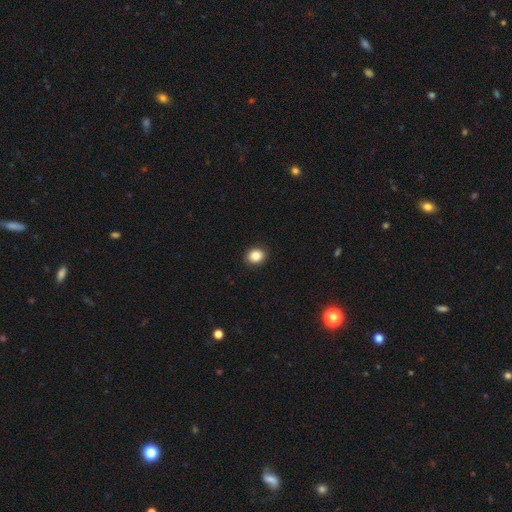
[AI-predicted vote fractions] Smooth or featured? Predicted: smooth (p=0.85). How rounded? Predicted: round (p=0.71). Merging? Predicted: none (p=0.92).